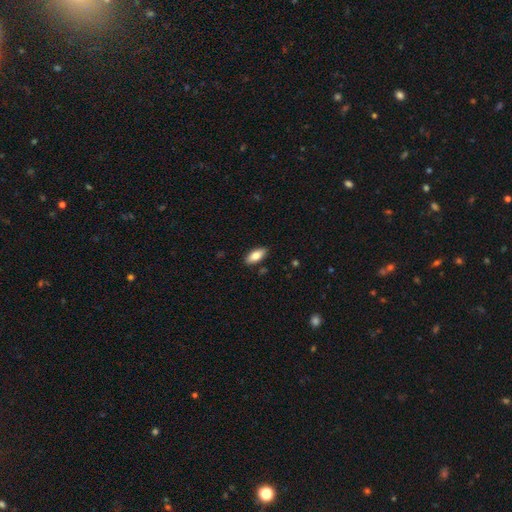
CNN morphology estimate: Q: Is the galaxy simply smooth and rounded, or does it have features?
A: smooth — 80%.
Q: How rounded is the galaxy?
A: in between — 86%.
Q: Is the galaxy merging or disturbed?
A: none — 87%.